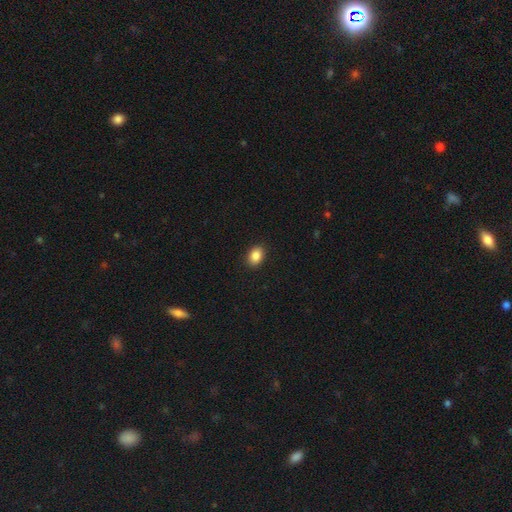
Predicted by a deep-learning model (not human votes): Q: Smooth or featured?
A: smooth (87%); runner-up: star or artifact (9%)
Q: How rounded?
A: in between (75%); runner-up: round (24%)
Q: Merging?
A: none (90%); runner-up: minor disturbance (7%)